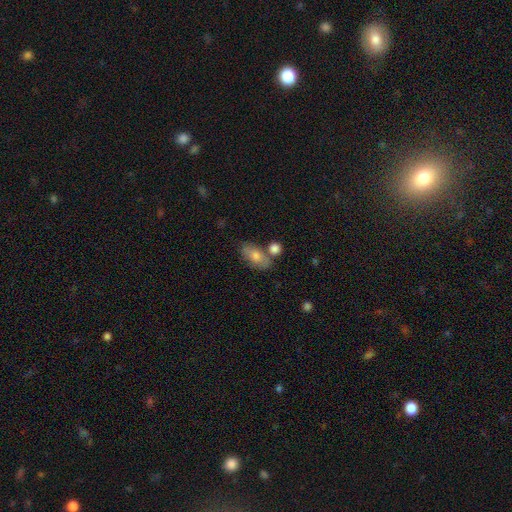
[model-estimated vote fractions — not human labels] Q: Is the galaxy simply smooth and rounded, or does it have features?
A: smooth — 69%.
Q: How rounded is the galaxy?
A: in between — 86%.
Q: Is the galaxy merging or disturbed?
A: none — 56%.